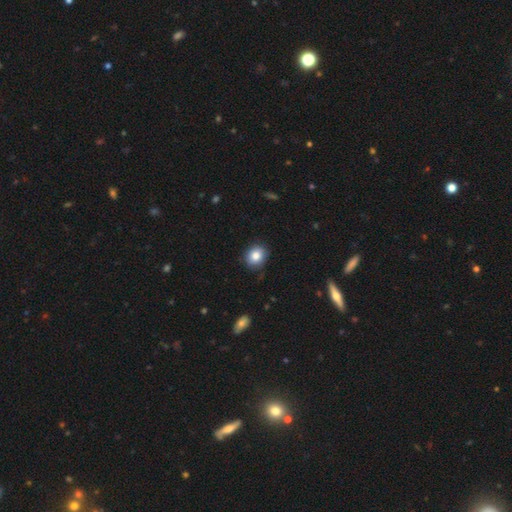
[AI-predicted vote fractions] Smooth or featured? smooth (83%)
How rounded? round (67%)
Merging? none (85%)